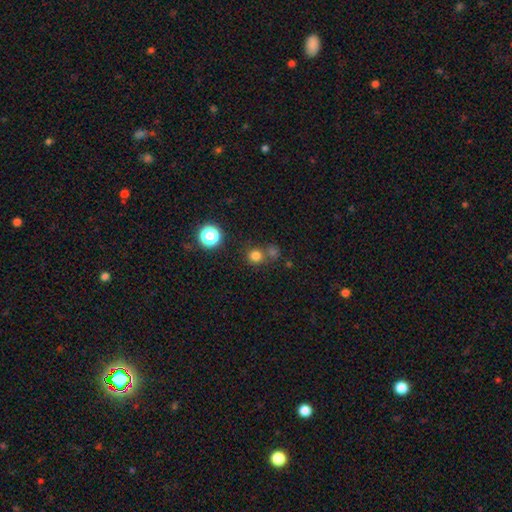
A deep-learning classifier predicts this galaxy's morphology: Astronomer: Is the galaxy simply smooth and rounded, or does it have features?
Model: smooth — 74%.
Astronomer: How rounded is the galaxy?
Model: round — 90%.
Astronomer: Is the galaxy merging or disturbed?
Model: none — 65%.